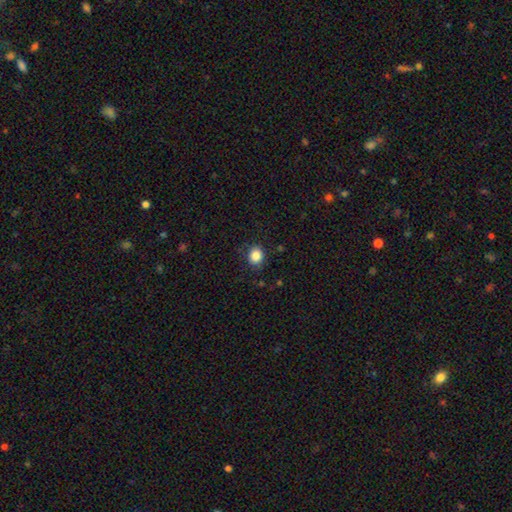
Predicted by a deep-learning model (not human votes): This appears to be a smooth galaxy with no disk features (85%) that is round (64%). Merging: none (84%).